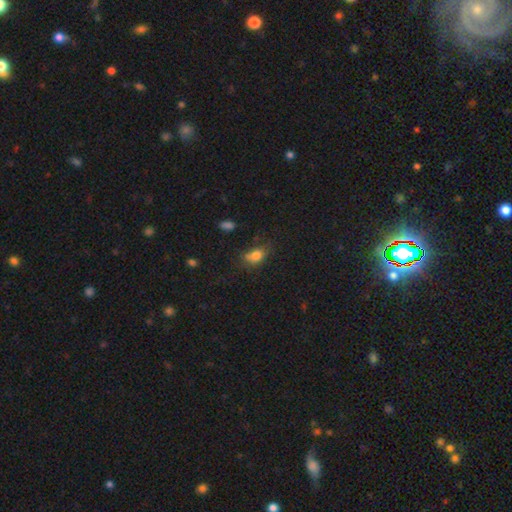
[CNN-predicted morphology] Smooth or featured?
  - smooth: 78% *
  - star or artifact: 12%
  - featured or disk: 10%
How rounded?
  - in between: 77% *
  - round: 19%
  - cigar-shaped: 4%
Merging?
  - none: 56% *
  - minor disturbance: 27%
  - major disturbance: 12%
  - merger: 5%